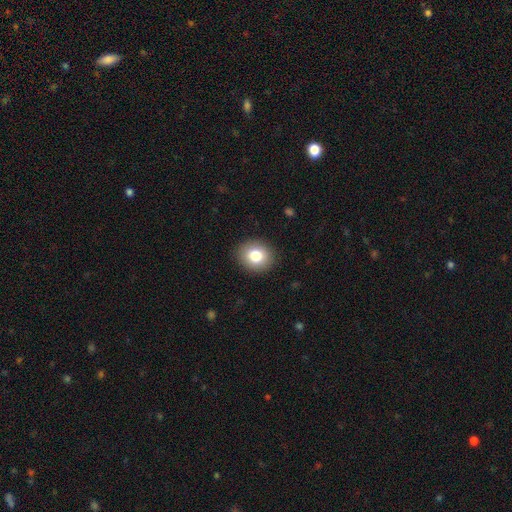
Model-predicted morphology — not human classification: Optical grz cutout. It shows a smooth galaxy with no disk features (81%) that is round (73%). Merging: none (91%).